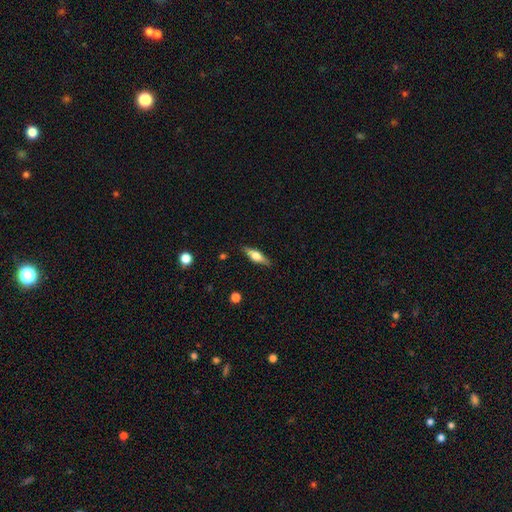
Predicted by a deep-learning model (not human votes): This appears to be a featured or disk galaxy (51%) viewed edge-on (93%). Merging: none (87%).